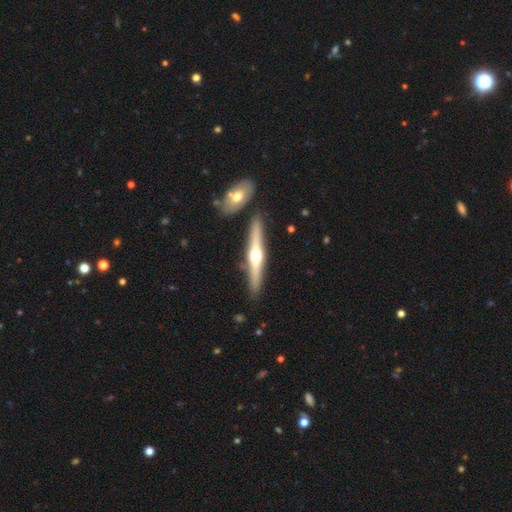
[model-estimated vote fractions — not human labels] A featured or disk galaxy (67%) viewed edge-on (96%) with a rounded central bulge (93%).

Vote fractions:
- Smooth or featured? featured or disk: 67% / smooth: 28% / star or artifact: 5%
- Edge-on disk? yes: 96% / no: 4%
- Edge-on bulge? rounded: 93% / none: 4% / boxy: 3%
- Merging? none: 86% / minor disturbance: 8% / merger: 4% / major disturbance: 2%